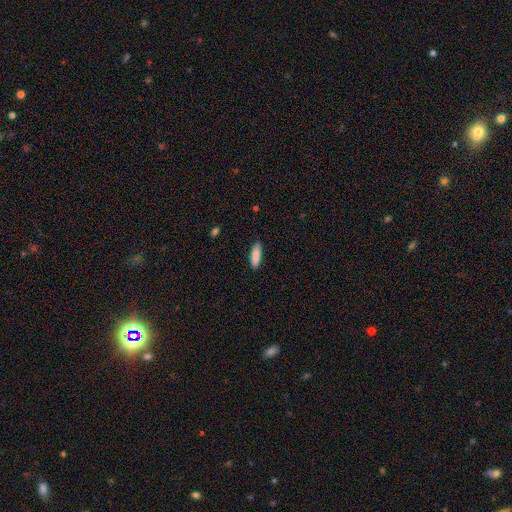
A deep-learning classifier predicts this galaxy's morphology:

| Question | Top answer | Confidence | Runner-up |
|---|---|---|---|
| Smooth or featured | smooth | 89% | star or artifact (6%) |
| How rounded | in between | 55% | cigar-shaped (43%) |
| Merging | none | 87% | minor disturbance (10%) |